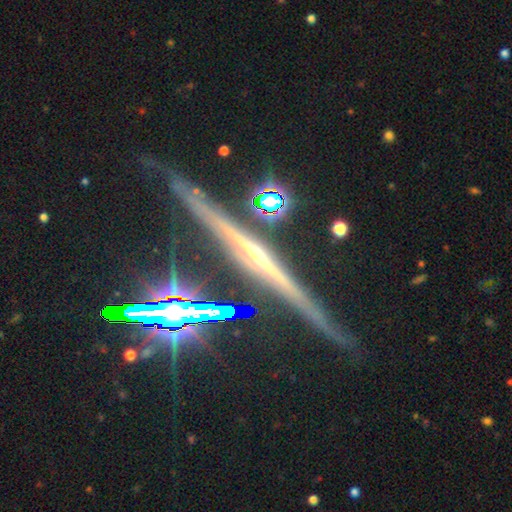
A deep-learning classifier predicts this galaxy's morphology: Smooth or featured: featured or disk — 80% (star or artifact — 14%)
Edge-on disk: yes — 97% (no — 3%)
Edge-on bulge: rounded — 68% (none — 24%)
Merging: none — 82% (minor disturbance — 12%)